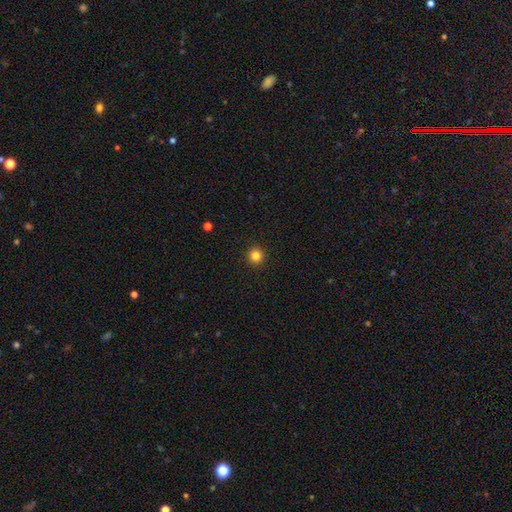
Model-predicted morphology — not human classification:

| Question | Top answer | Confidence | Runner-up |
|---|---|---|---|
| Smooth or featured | smooth | 83% | star or artifact (12%) |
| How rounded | round | 94% | in between (5%) |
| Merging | none | 93% | minor disturbance (4%) |